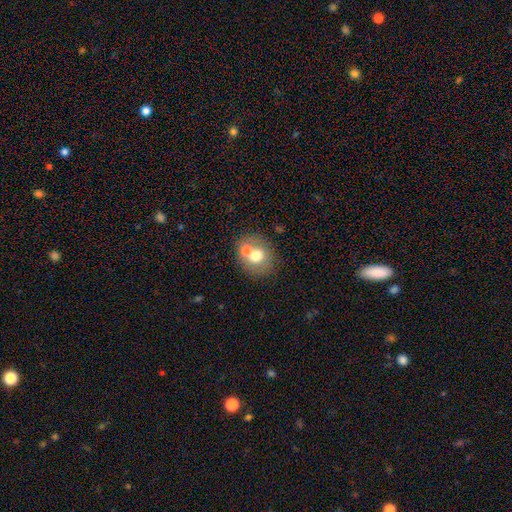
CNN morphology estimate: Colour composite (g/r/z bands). It shows a smooth galaxy with no disk features (66%) that is round (69%). Merging: none (51%).